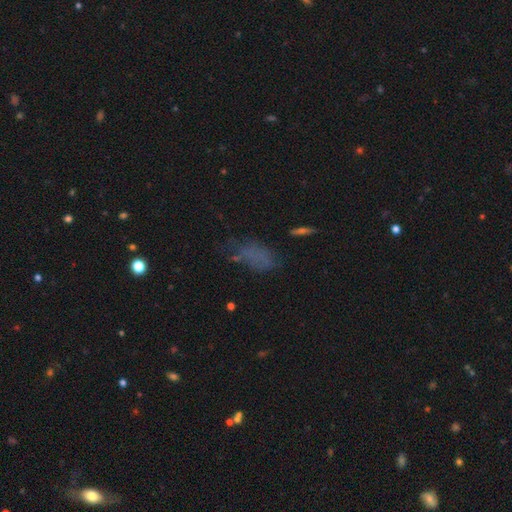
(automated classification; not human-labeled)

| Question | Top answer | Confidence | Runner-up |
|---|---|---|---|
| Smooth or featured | smooth | 56% | star or artifact (24%) |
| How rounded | in between | 82% | round (9%) |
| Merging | none | 44% | major disturbance (26%) |